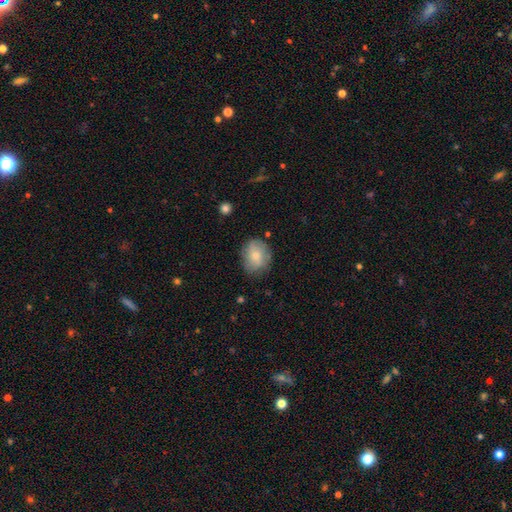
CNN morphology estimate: smooth-or-featured: smooth: 69% | featured or disk: 24% | star or artifact: 7%
  how-rounded: round: 58% | in between: 41% | cigar-shaped: 1%
  merging: none: 72% | minor disturbance: 20% | major disturbance: 6% | merger: 2%